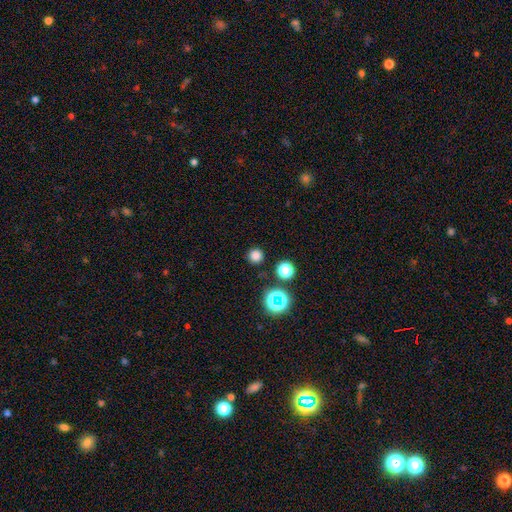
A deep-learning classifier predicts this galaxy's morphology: A smooth galaxy with no disk features (76%) that is round (95%). Merging: none (89%).